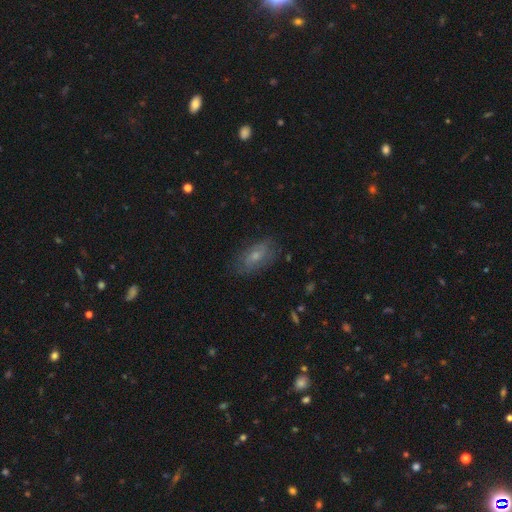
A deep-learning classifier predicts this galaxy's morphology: type=smooth (52%); roundness=in between (88%); merging=none (73%).